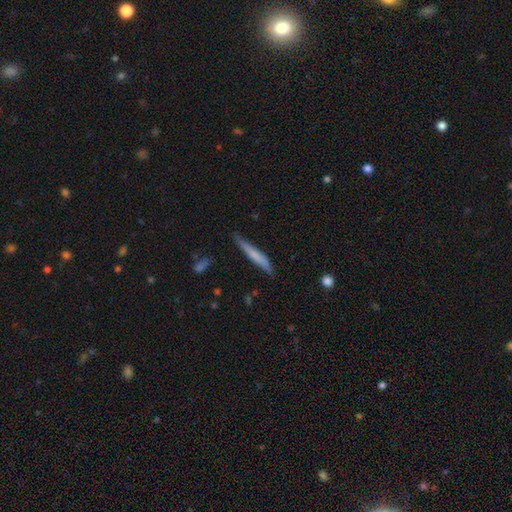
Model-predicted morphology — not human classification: Smooth or featured: smooth — 63% (featured or disk — 32%)
How rounded: cigar-shaped — 95% (in between — 4%)
Merging: none — 77% (minor disturbance — 18%)